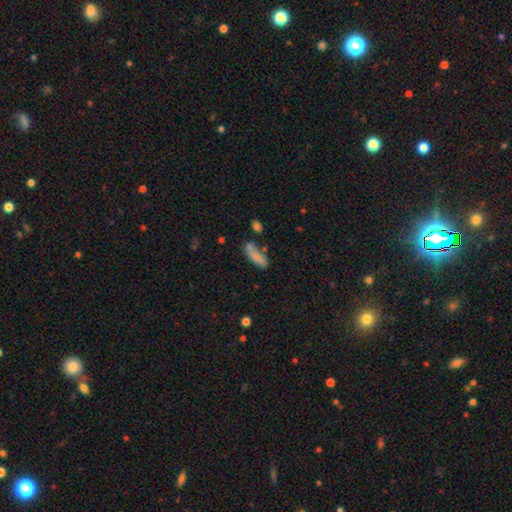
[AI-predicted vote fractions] Smooth or featured? Predicted: smooth (p=0.79). How rounded? Predicted: in between (p=0.53). Merging? Predicted: none (p=0.52).